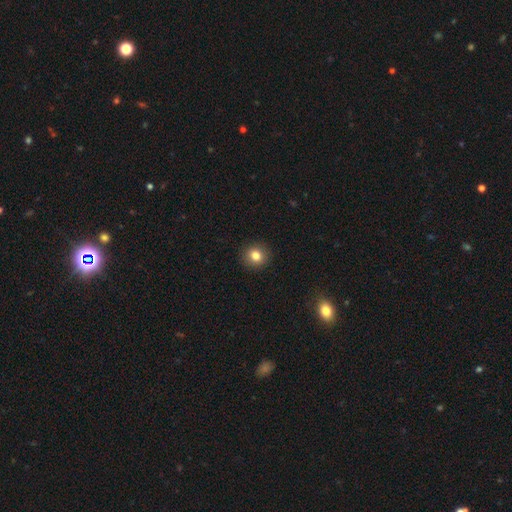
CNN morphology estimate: Q: Smooth or featured?
A: smooth (83%); runner-up: star or artifact (10%)
Q: How rounded?
A: round (86%); runner-up: in between (13%)
Q: Merging?
A: none (92%); runner-up: minor disturbance (5%)